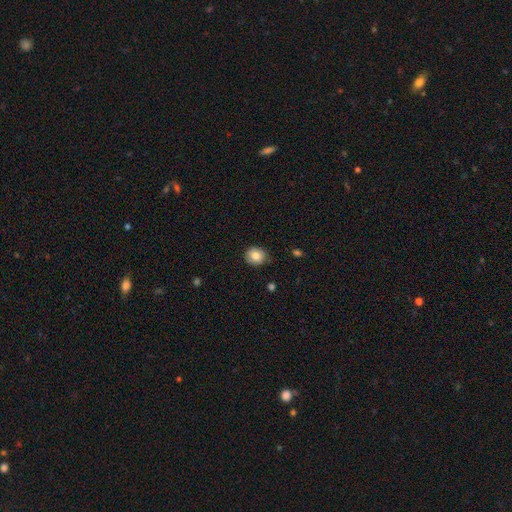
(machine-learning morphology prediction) A smooth galaxy with no disk features (81%) that is round (74%).

Vote fractions:
- Smooth or featured? smooth: 81% / featured or disk: 10% / star or artifact: 9%
- How rounded? round: 74% / in between: 26% / cigar-shaped: 1%
- Merging? none: 83% / minor disturbance: 13% / major disturbance: 2% / merger: 1%